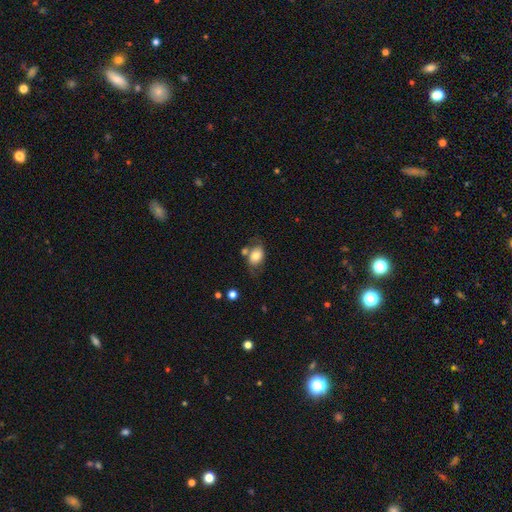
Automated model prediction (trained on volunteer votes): Smooth or featured? Predicted: smooth (p=0.70). How rounded? Predicted: in between (p=0.75). Merging? Predicted: none (p=0.50).